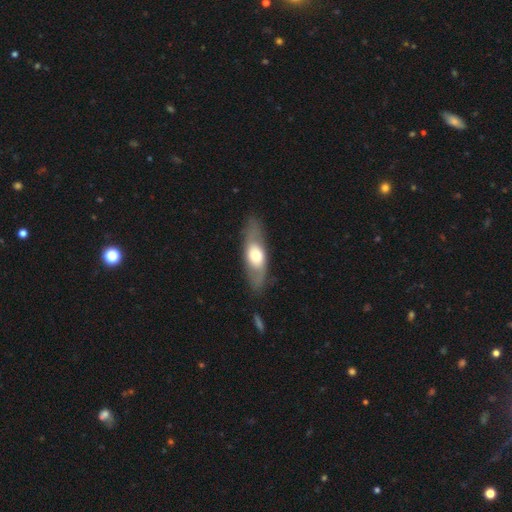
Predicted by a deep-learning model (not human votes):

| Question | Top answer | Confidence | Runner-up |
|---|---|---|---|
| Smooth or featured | featured or disk | 48% | smooth (46%) |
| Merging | none | 78% | minor disturbance (14%) |